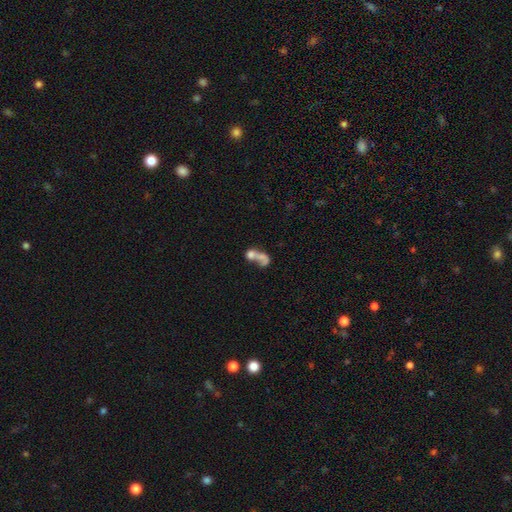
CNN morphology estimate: A smooth galaxy with no disk features (55%) that is in between round and cigar-shaped (63%). Merging: merger (59%).